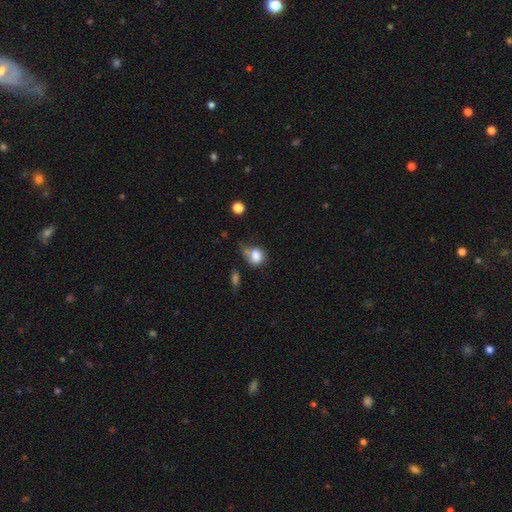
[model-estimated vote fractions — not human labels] Smooth or featured? smooth (79%)
How rounded? round (63%)
Merging? none (33%)